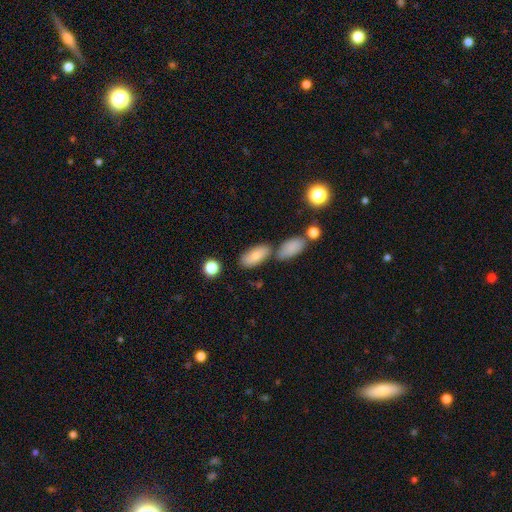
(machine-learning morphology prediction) A smooth galaxy with no disk features (77%) that is in between round and cigar-shaped (87%). Merging: none (60%).